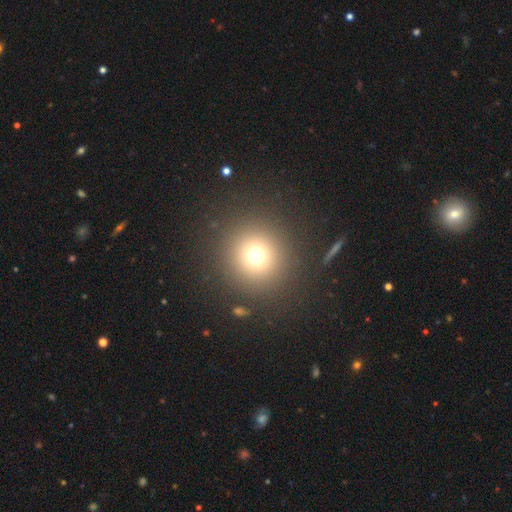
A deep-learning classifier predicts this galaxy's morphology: Q: Smooth or featured?
A: smooth (70%); runner-up: star or artifact (20%)
Q: How rounded?
A: round (94%); runner-up: in between (5%)
Q: Merging?
A: none (88%); runner-up: minor disturbance (6%)